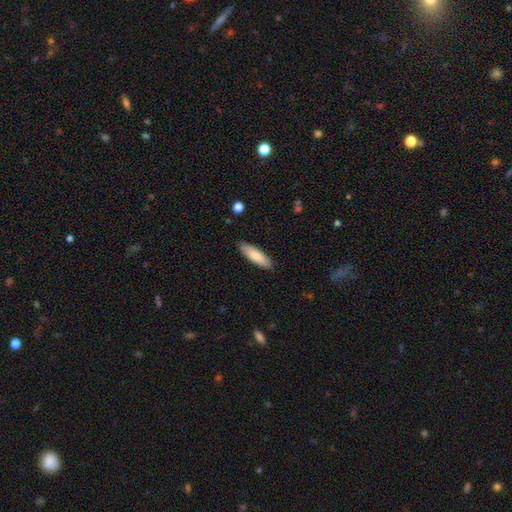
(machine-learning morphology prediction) A smooth galaxy with no disk features (79%) that is cigar-shaped (54%).

Vote fractions:
- Smooth or featured? smooth: 79% / featured or disk: 16% / star or artifact: 5%
- How rounded? cigar-shaped: 54% / in between: 45% / round: 1%
- Merging? none: 88% / minor disturbance: 9% / major disturbance: 2% / merger: 1%